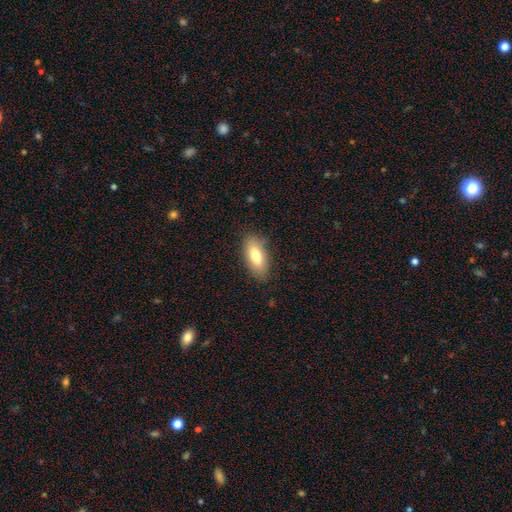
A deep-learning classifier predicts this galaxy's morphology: This is likely a smooth galaxy (78%). How rounded: clearly in between (83%). Merging: clearly none (83%).